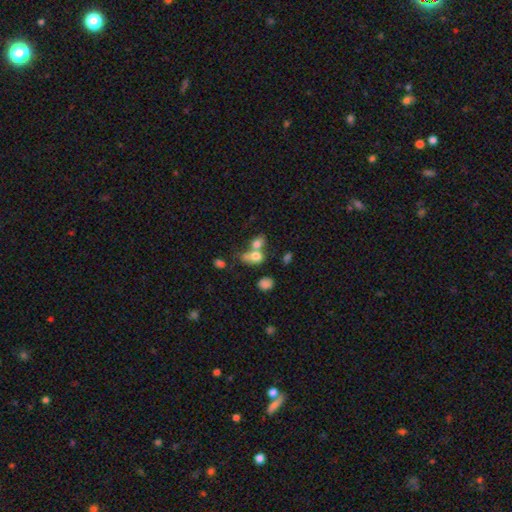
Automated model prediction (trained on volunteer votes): Q: Smooth or featured?
A: smooth (74%); runner-up: featured or disk (15%)
Q: How rounded?
A: in between (65%); runner-up: round (32%)
Q: Merging?
A: merger (61%); runner-up: none (24%)